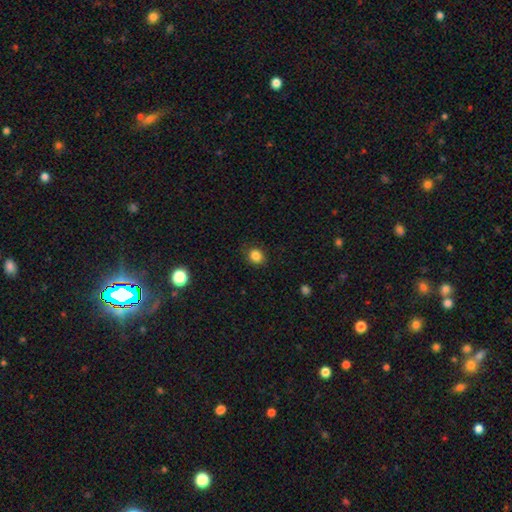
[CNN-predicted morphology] Smooth or featured?
  - smooth: 84% *
  - star or artifact: 11%
  - featured or disk: 4%
How rounded?
  - round: 73% *
  - in between: 26%
  - cigar-shaped: 1%
Merging?
  - none: 85% *
  - minor disturbance: 11%
  - major disturbance: 3%
  - merger: 1%